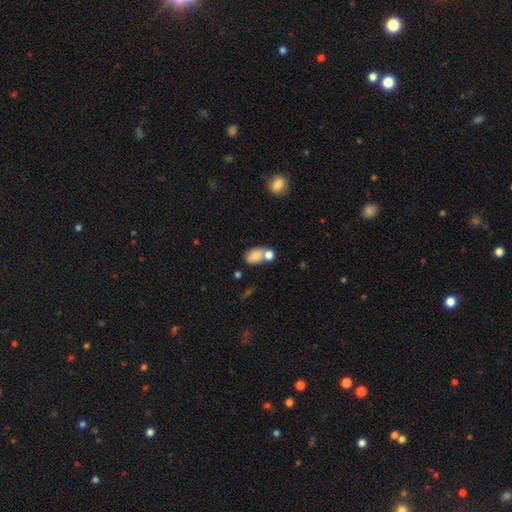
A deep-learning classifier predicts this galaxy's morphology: The model was most divided on "merging": merger: 42%, none: 39%, minor disturbance: 14%, major disturbance: 6%. More confident: how rounded — in between (83%); smooth or featured — smooth (80%).